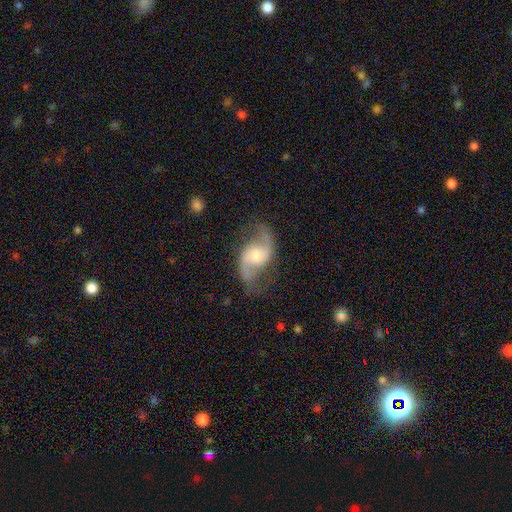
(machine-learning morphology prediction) Overall: featured or disk (89%). Edge-on disk: no (97%). Bar: no (48%; weak 40%). Spiral arms: yes (97%). Spiral arm count: 2 (93%). Spiral winding: loose (58%; medium 35%). Bulge size: moderate (58%; small 32%). Merging: none (75%).